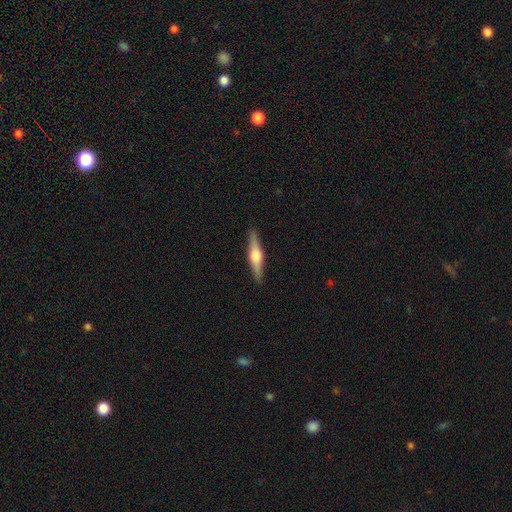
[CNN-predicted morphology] type=featured or disk (65%); edge-on=yes (97%); edge-on bulge=rounded (91%); merging=none (91%).